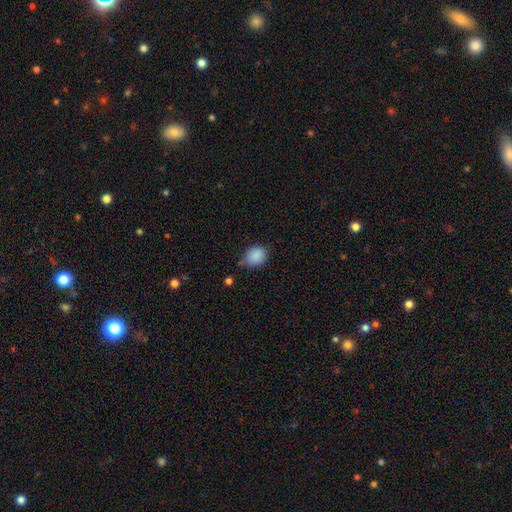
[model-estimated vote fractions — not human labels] The model was most divided on "how rounded": in between: 52%, round: 47%, cigar-shaped: 1%. More confident: smooth or featured — smooth (88%); merging — none (62%).